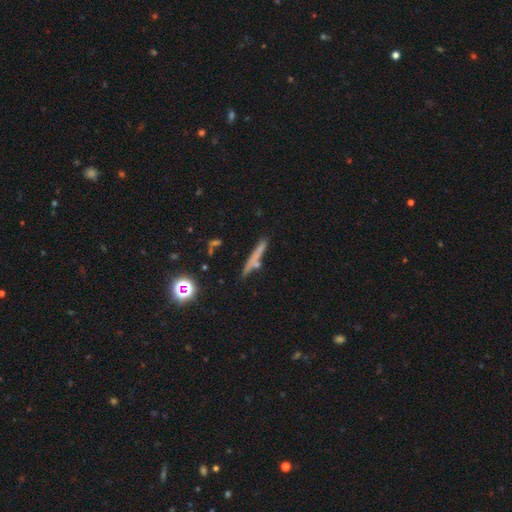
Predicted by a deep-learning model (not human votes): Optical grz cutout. It shows a smooth galaxy with no disk features (52%) that is cigar-shaped (91%). Merging: none (72%).